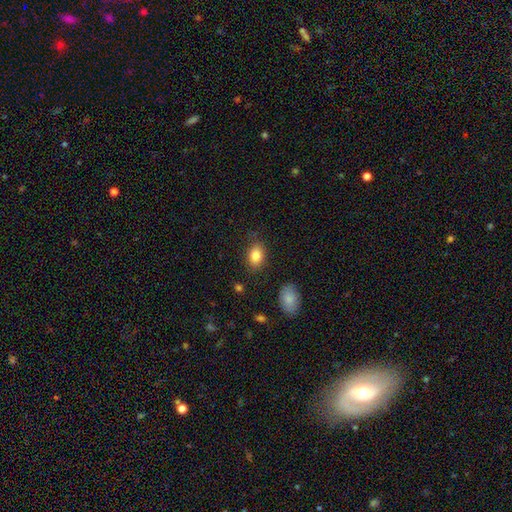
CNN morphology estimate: smooth 84%, star or artifact 8%, featured or disk 8%. Down the decision tree: how rounded — in between (81%); merging — none (82%).